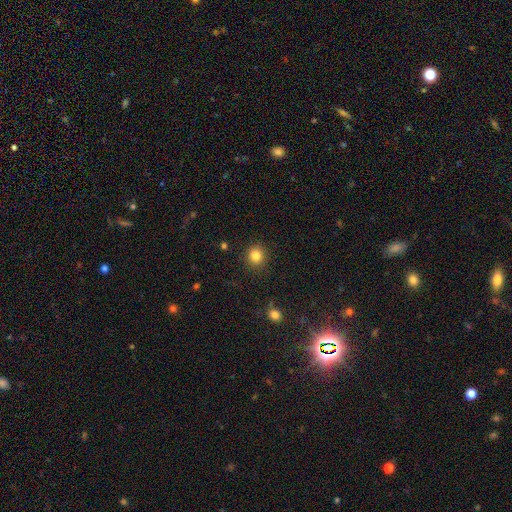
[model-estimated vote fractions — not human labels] Morphology: type=smooth (83%); roundness=round (90%); merging=none (90%).